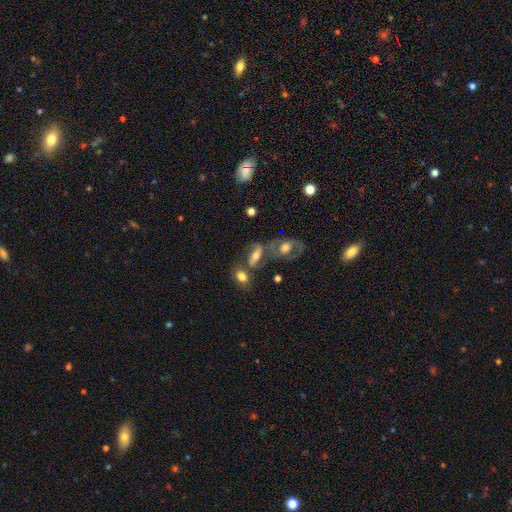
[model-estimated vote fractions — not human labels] Smooth or featured? Predicted: smooth (p=0.48). Merging? Predicted: none (p=0.40).